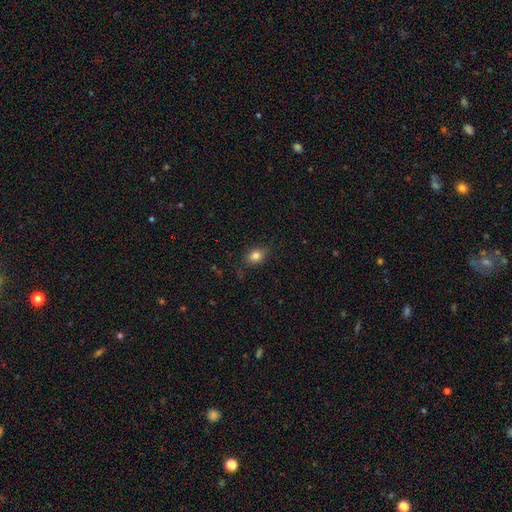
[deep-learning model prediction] Smooth or featured?
  - smooth: 81% *
  - star or artifact: 11%
  - featured or disk: 8%
How rounded?
  - in between: 60% *
  - round: 38%
  - cigar-shaped: 2%
Merging?
  - none: 79% *
  - minor disturbance: 16%
  - major disturbance: 4%
  - merger: 1%